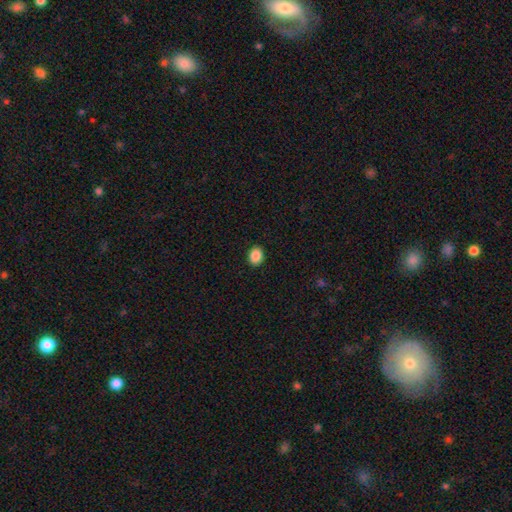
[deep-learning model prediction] Overall: smooth (88%). How rounded: in between (57%; round 42%). Merging: none (91%).